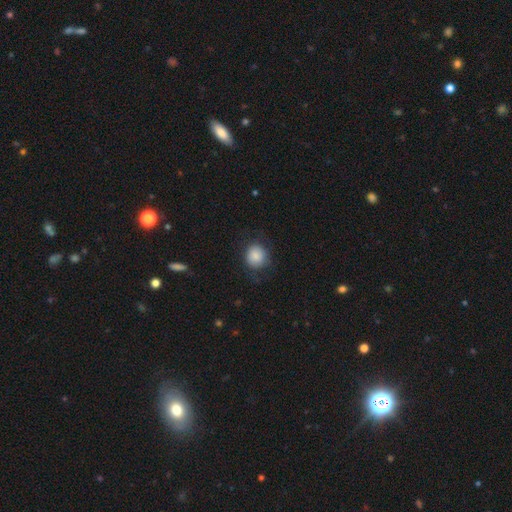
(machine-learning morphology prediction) type=smooth (85%); roundness=round (84%); merging=none (75%).